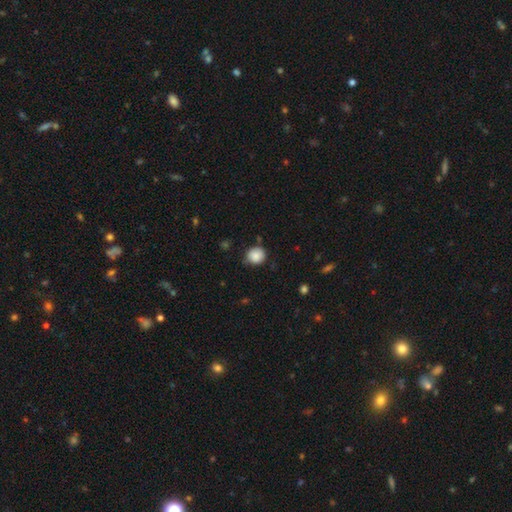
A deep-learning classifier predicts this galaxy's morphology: Smooth or featured?
  - smooth: 87% *
  - star or artifact: 9%
  - featured or disk: 5%
How rounded?
  - round: 85% *
  - in between: 14%
  - cigar-shaped: 1%
Merging?
  - none: 77% *
  - minor disturbance: 17%
  - major disturbance: 3%
  - merger: 2%